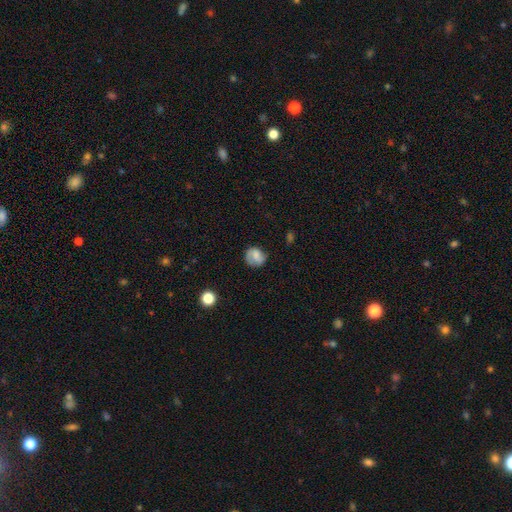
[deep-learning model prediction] Morphology: type=smooth (69%); roundness=round (75%); merging=none (64%).